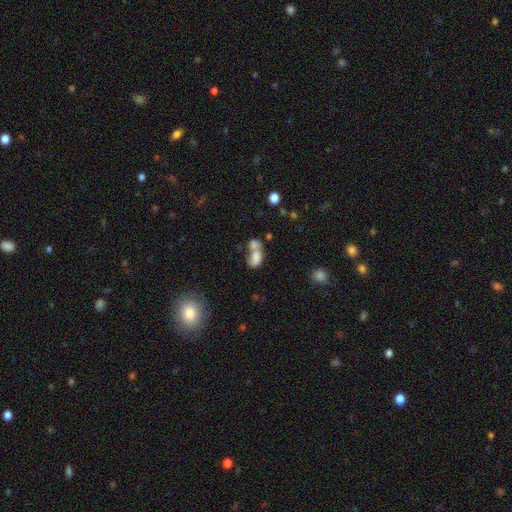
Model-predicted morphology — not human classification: The model was most divided on "merging": merger: 68%, none: 17%, minor disturbance: 8%, major disturbance: 7%. More confident: how rounded — in between (80%); smooth or featured — smooth (74%).